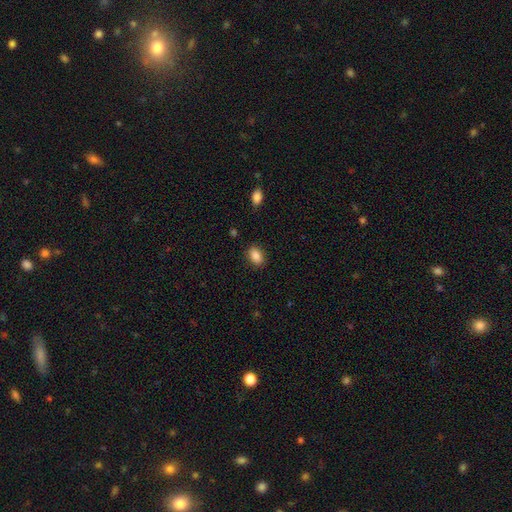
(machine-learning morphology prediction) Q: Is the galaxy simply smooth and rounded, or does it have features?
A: smooth — 87%.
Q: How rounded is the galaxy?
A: in between — 83%.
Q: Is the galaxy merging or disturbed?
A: none — 87%.